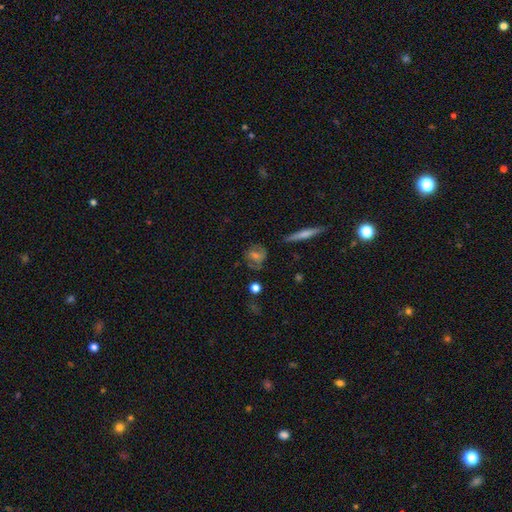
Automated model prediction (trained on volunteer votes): Q: Smooth or featured?
A: smooth (45%); runner-up: featured or disk (44%)
Q: Merging?
A: none (73%); runner-up: minor disturbance (18%)